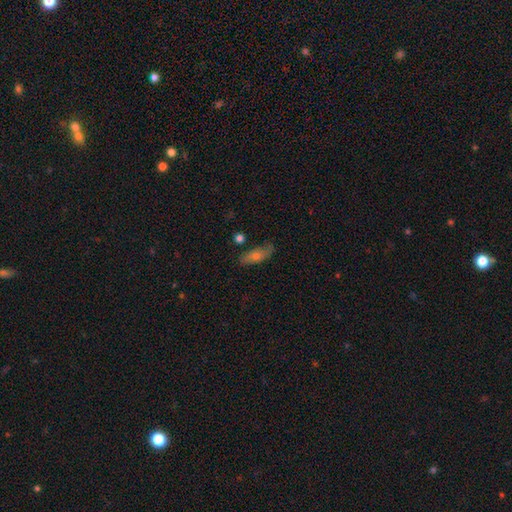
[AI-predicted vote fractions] Smooth or featured: smooth — 56% (featured or disk — 34%)
How rounded: in between — 62% (cigar-shaped — 34%)
Merging: none — 74% (minor disturbance — 19%)